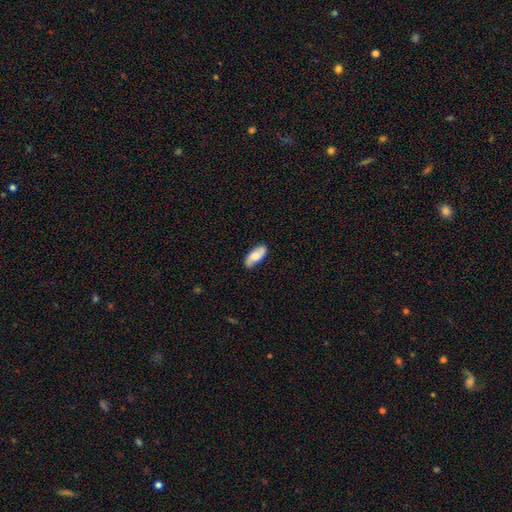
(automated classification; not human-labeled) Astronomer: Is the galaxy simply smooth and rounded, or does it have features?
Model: smooth — 65%.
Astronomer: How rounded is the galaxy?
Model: in between — 85%.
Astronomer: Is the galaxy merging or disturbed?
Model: none — 82%.